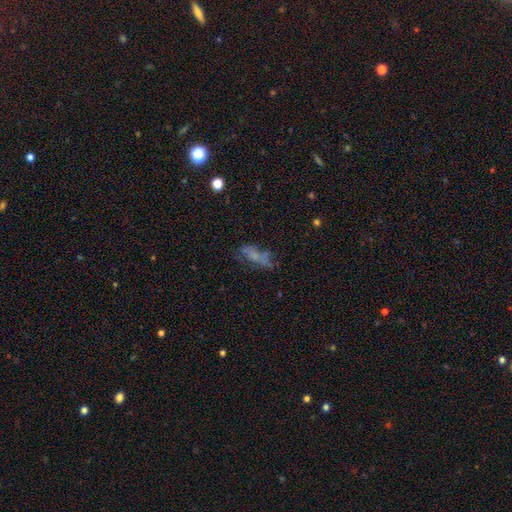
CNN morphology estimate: A smooth galaxy with no disk features (46%). Merging: none (46%).